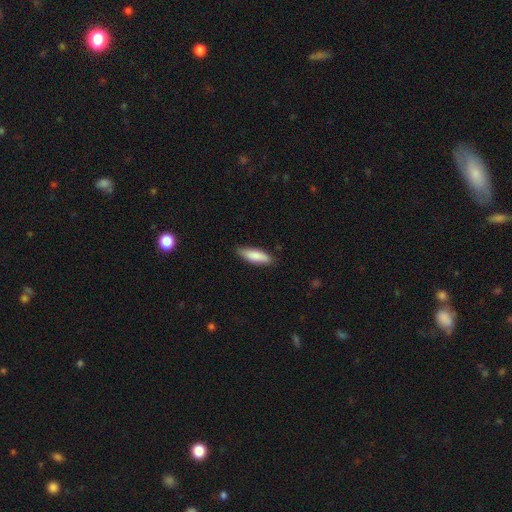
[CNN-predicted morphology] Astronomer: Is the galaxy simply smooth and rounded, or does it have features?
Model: smooth — 84%.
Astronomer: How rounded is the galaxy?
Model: in between — 54% (runner-up: cigar-shaped, 44%).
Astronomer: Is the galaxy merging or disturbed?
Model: none — 83%.